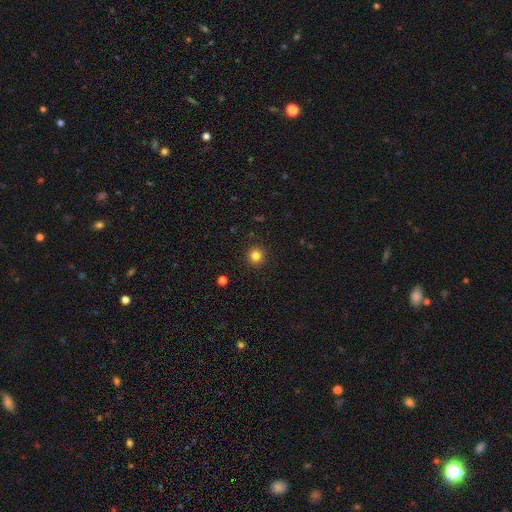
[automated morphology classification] Overall: smooth (83%). How rounded: round (95%). Merging: none (93%).